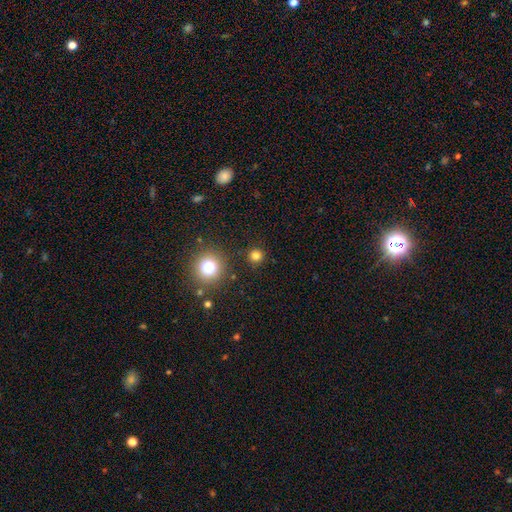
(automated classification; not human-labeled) A smooth galaxy with no disk features (76%) that is round (95%).

Vote fractions:
- Smooth or featured? smooth: 76% / star or artifact: 19% / featured or disk: 5%
- How rounded? round: 95% / in between: 4% / cigar-shaped: 1%
- Merging? none: 89% / minor disturbance: 6% / major disturbance: 3% / merger: 2%